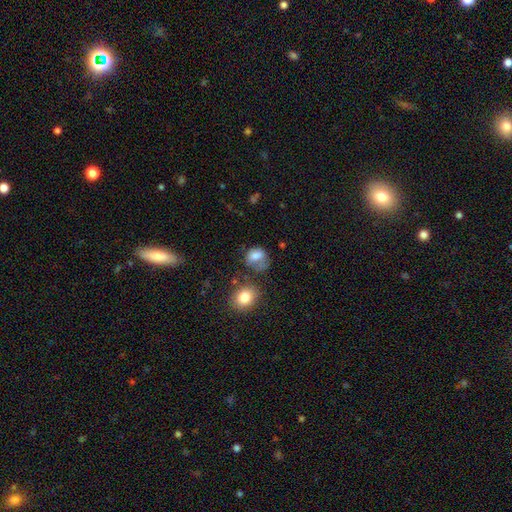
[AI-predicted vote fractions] A smooth galaxy with no disk features (75%) that is in between round and cigar-shaped (55%). Merging: none (37%).